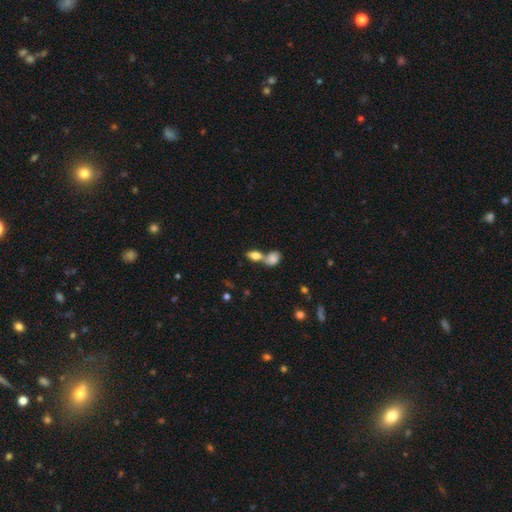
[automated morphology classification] The model was most divided on "merging": merger: 52%, none: 35%, minor disturbance: 8%, major disturbance: 4%. More confident: how rounded — in between (81%); smooth or featured — smooth (77%).